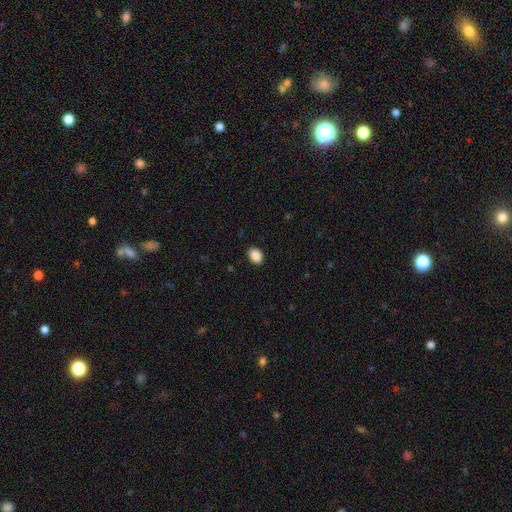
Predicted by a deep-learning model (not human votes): A smooth galaxy with no disk features (89%) that is in between round and cigar-shaped (67%). Merging: none (90%).